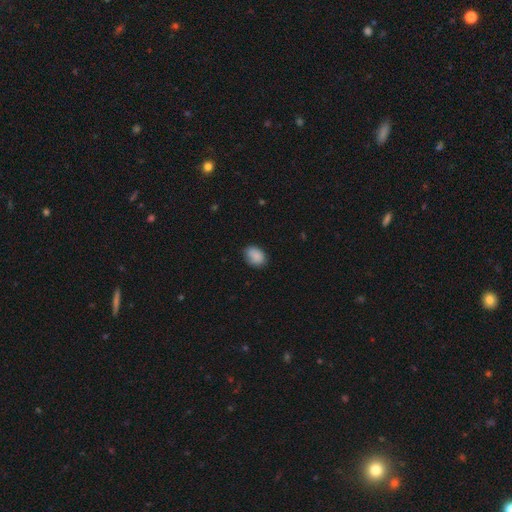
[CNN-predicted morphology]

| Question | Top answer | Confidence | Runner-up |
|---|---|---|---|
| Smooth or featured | smooth | 87% | star or artifact (8%) |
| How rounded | in between | 73% | round (26%) |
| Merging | none | 76% | minor disturbance (20%) |